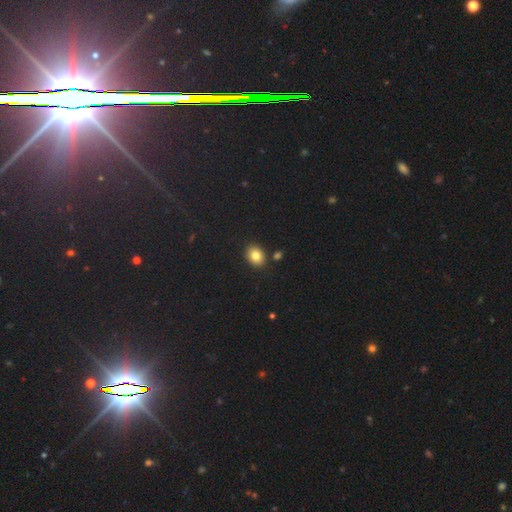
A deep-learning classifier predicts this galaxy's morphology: Overall: smooth (83%). How rounded: in between (62%; round 37%). Merging: none (85%).